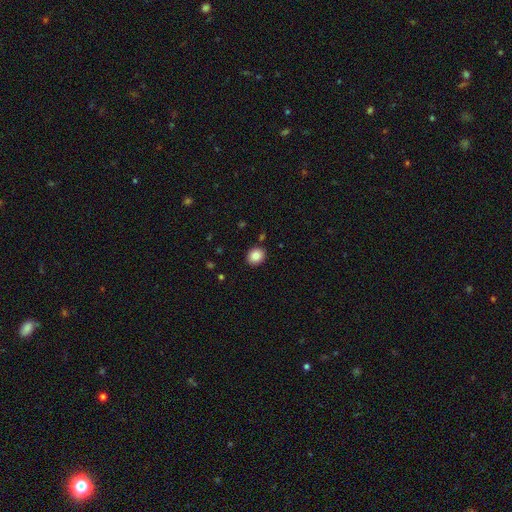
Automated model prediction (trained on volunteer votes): smooth 85%, star or artifact 9%, featured or disk 6%. Down the decision tree: how rounded — round (71%); merging — none (90%).